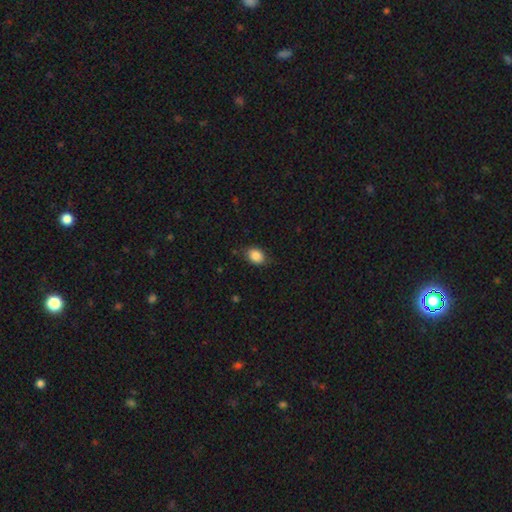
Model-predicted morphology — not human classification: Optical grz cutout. It shows a smooth galaxy with no disk features (86%) that is in between round and cigar-shaped (73%). Merging: none (78%).